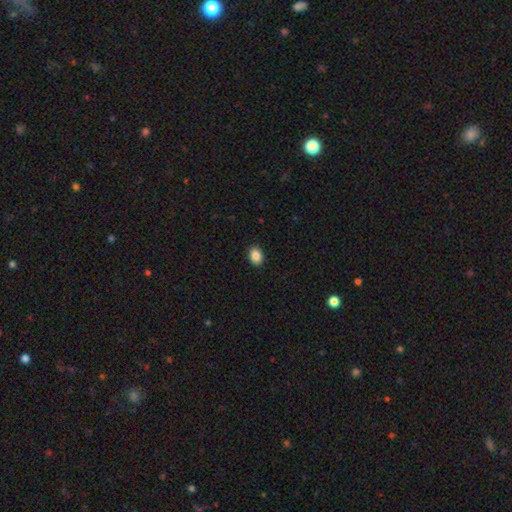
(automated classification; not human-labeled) Smooth or featured? smooth (88%)
How rounded? in between (70%)
Merging? none (90%)